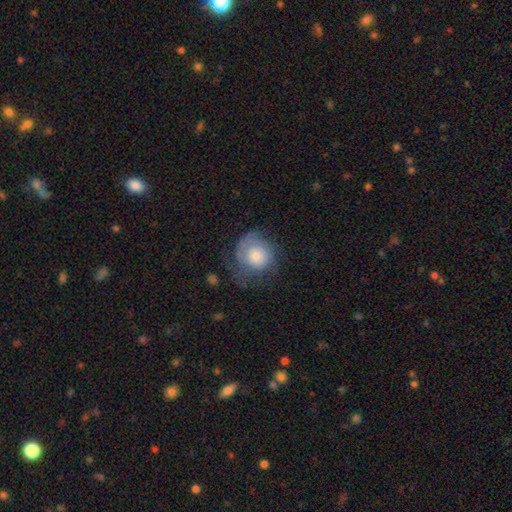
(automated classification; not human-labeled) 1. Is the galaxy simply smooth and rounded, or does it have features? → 53% smooth, 39% featured or disk, 8% star or artifact.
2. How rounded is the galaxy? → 81% round, 18% in between, 1% cigar-shaped.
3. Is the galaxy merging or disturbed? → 50% none, 27% minor disturbance, 22% major disturbance, 2% merger.